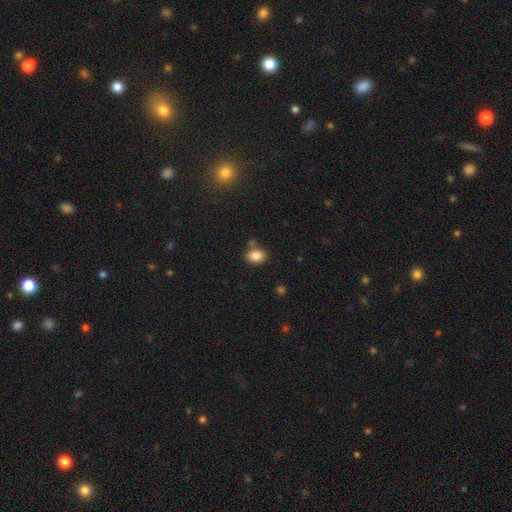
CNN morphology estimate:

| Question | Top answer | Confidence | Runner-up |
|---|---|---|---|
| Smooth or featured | smooth | 85% | star or artifact (9%) |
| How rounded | in between | 63% | round (36%) |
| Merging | none | 72% | minor disturbance (14%) |